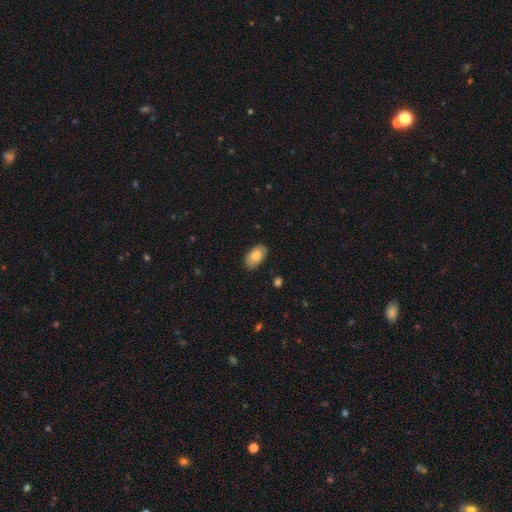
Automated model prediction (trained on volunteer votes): Q: Smooth or featured?
A: smooth (82%); runner-up: featured or disk (11%)
Q: How rounded?
A: in between (94%); runner-up: round (4%)
Q: Merging?
A: none (83%); runner-up: minor disturbance (13%)